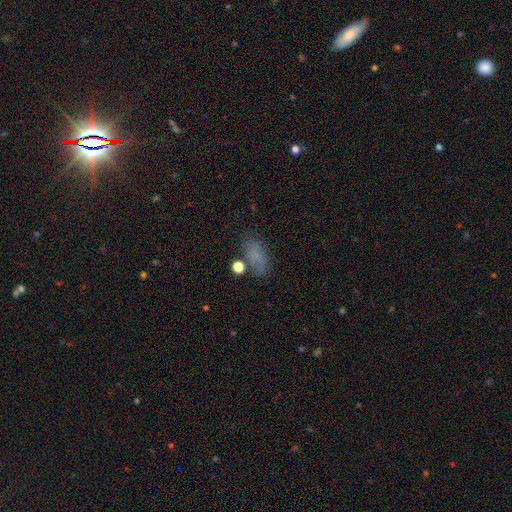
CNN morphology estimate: Smooth or featured? Predicted: smooth (p=0.73). How rounded? Predicted: in between (p=0.85). Merging? Predicted: none (p=0.65).